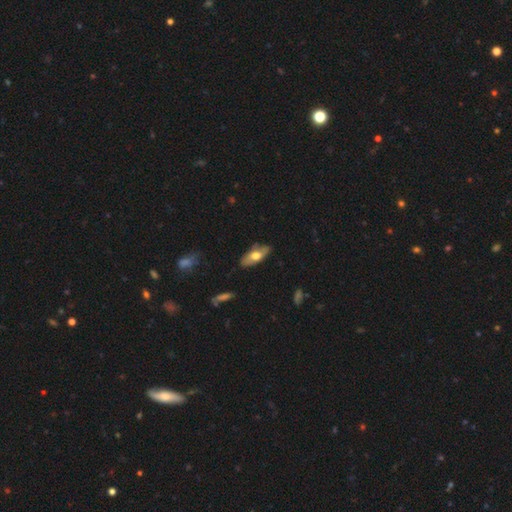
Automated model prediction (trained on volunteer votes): A smooth galaxy with no disk features (55%) that is in between round and cigar-shaped (80%). Merging: none (77%).